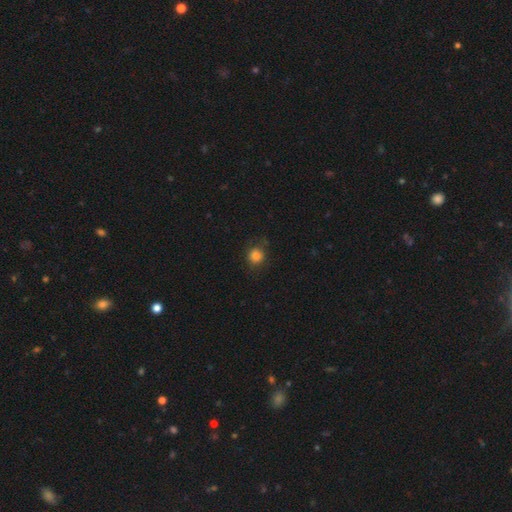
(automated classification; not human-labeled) A smooth galaxy with no disk features (84%) that is round (84%). Merging: none (75%).